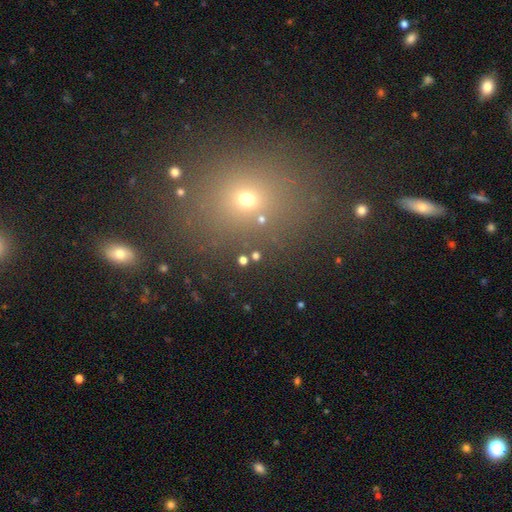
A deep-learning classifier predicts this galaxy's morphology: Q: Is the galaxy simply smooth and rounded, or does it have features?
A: smooth — 60%.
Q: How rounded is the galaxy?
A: round — 78%.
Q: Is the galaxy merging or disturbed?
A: none — 82%.